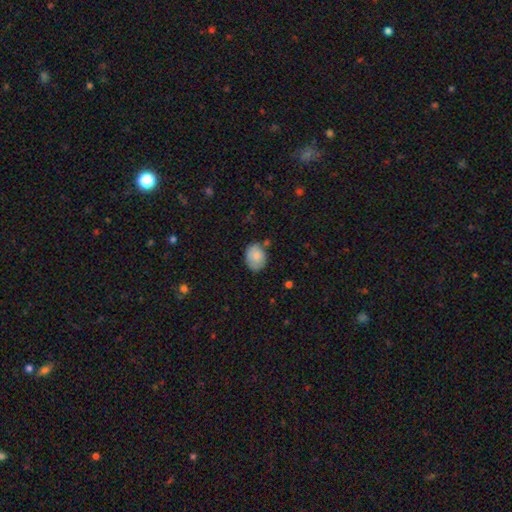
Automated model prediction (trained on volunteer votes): smooth 80%, featured or disk 13%, star or artifact 7%. Down the decision tree: how rounded — in between (60%); merging — none (65%).